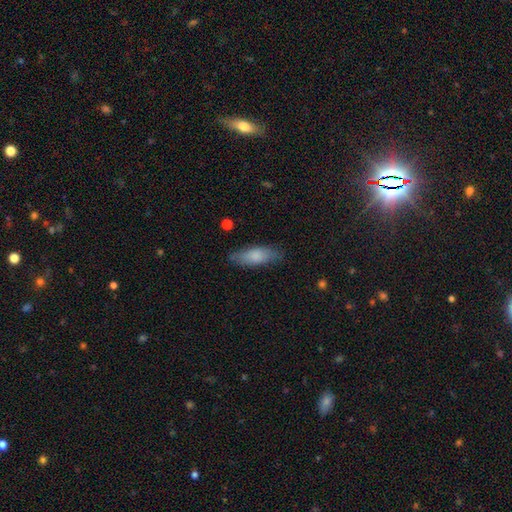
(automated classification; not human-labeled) Smooth or featured? Predicted: smooth (p=0.78). How rounded? Predicted: in between (p=0.60). Merging? Predicted: none (p=0.79).